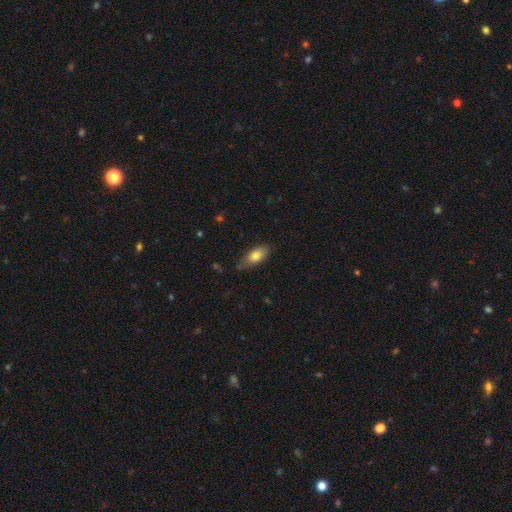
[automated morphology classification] type=smooth (78%); roundness=in between (85%); merging=none (72%).